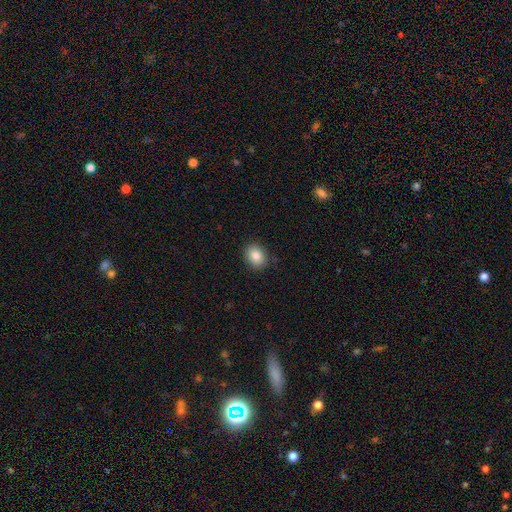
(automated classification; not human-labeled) Overall: smooth (87%). How rounded: in between (56%; round 43%). Merging: none (88%).